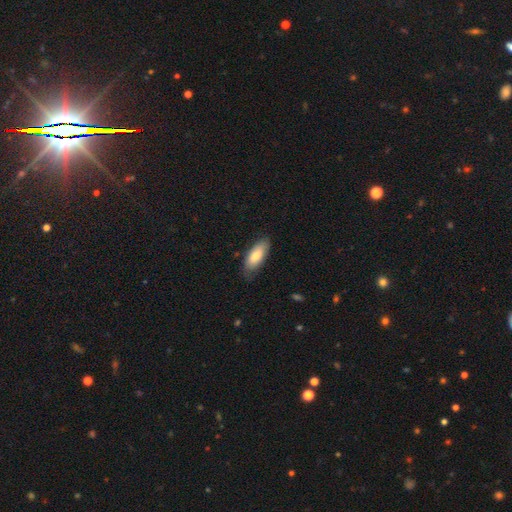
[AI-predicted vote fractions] The model was most divided on "merging": none: 74%, minor disturbance: 21%, major disturbance: 4%, merger: 1%. More confident: how rounded — in between (80%); smooth or featured — smooth (77%).